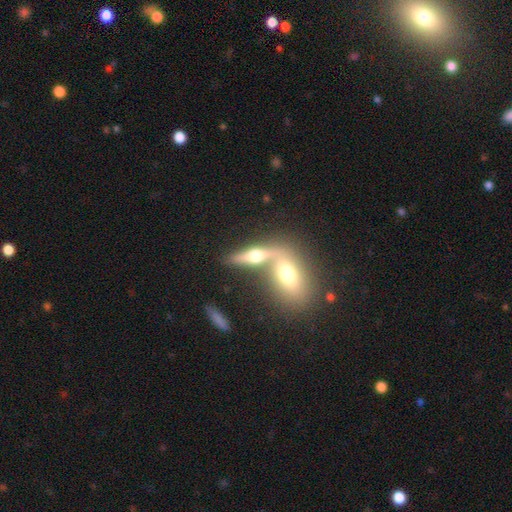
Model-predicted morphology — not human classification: The model was most divided on "smooth or featured": featured or disk: 52%, smooth: 40%, star or artifact: 8%. More confident: edge-on disk — yes (77%); merging — merger (54%).